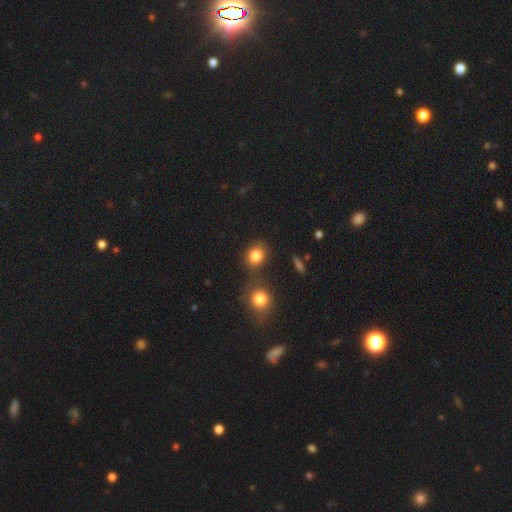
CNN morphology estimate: This appears to be a smooth galaxy with no disk features (82%) that is round (65%). Merging: none (66%).